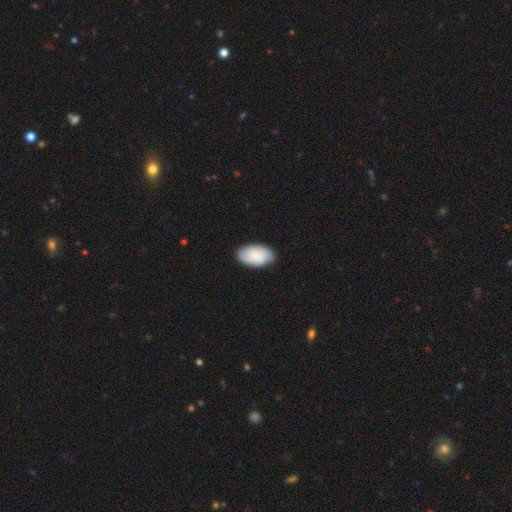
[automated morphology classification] smooth_or_featured: smooth (p=0.83) [alt: featured or disk p=0.11]
how_rounded: in between (p=0.95) [alt: round p=0.04]
merging: none (p=0.83) [alt: minor disturbance p=0.14]